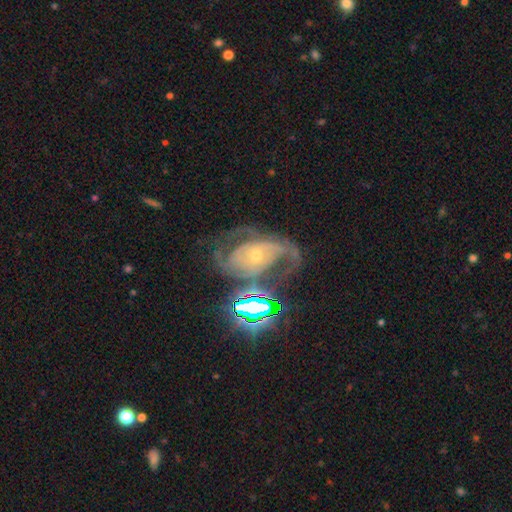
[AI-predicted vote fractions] Smooth or featured?
  - featured or disk: 80% *
  - star or artifact: 12%
  - smooth: 8%
Edge-on disk?
  - no: 97% *
  - yes: 3%
Bar?
  - no: 66% *
  - weak: 23%
  - strong: 10%
Spiral arms?
  - yes: 94% *
  - no: 6%
Spiral winding?
  - medium: 49% *
  - tight: 30%
  - loose: 21%
Spiral arm count?
  - 2: 71% *
  - can't tell: 12%
  - 3: 8%
  - 1: 4%
  - 4: 3%
  - more than 4: 3%
Bulge size?
  - small: 70% *
  - moderate: 25%
  - large: 2%
  - none: 2%
  - dominant: 1%
Merging?
  - none: 54% *
  - major disturbance: 21%
  - minor disturbance: 19%
  - merger: 5%